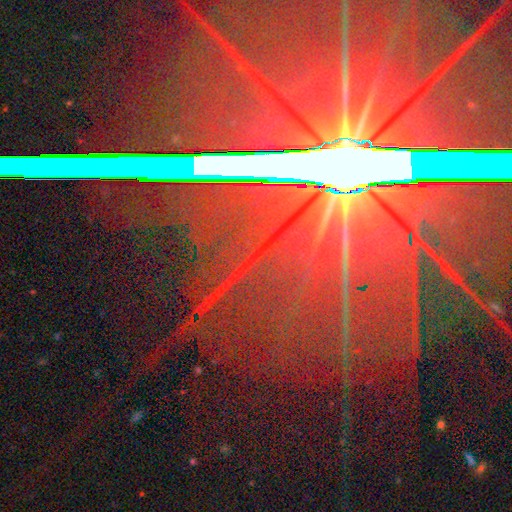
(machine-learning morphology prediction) smooth_or_featured: star or artifact (p=0.87) [alt: featured or disk p=0.08]